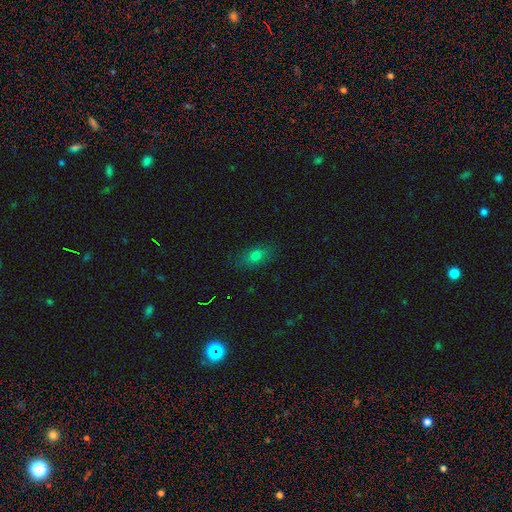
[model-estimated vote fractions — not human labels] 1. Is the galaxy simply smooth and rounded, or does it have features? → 73% smooth, 14% star or artifact, 14% featured or disk.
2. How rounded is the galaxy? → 81% in between, 10% round, 9% cigar-shaped.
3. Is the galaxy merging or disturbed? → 81% none, 14% minor disturbance, 4% major disturbance, 1% merger.